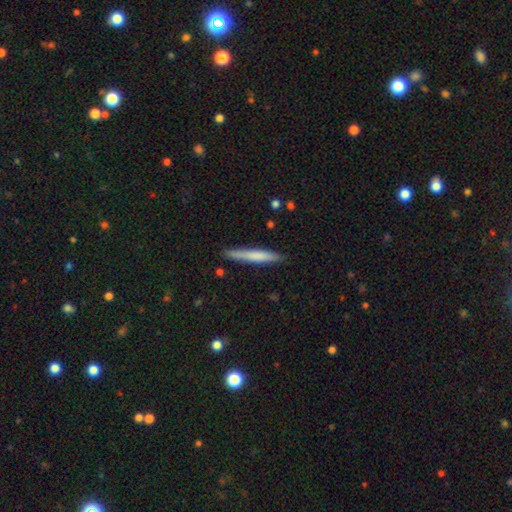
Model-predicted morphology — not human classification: Overall: smooth (67%; featured or disk 28%). How rounded: cigar-shaped (95%). Merging: none (87%).